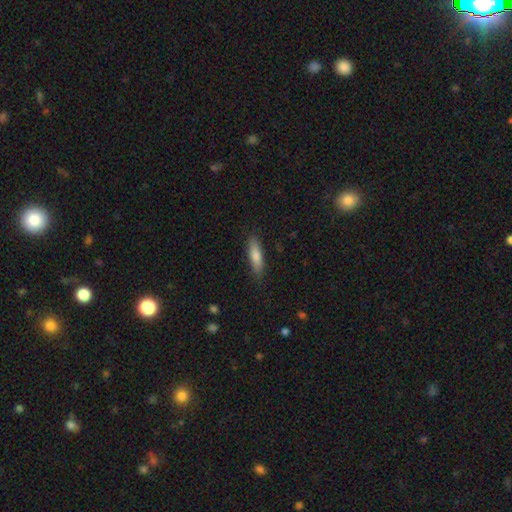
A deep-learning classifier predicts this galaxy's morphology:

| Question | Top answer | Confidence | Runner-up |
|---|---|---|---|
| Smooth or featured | smooth | 77% | featured or disk (17%) |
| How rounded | cigar-shaped | 66% | in between (32%) |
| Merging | none | 86% | minor disturbance (11%) |